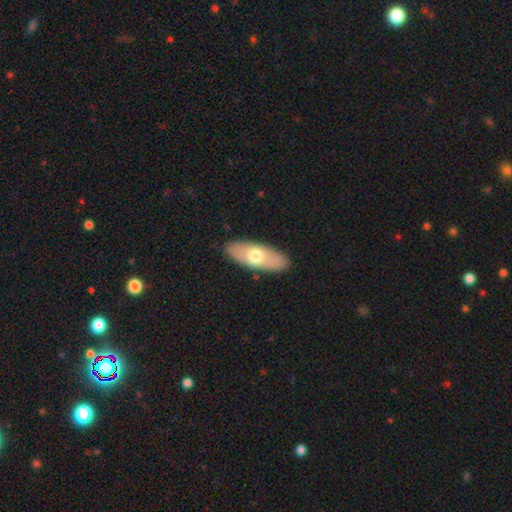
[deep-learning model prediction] smooth 61%, featured or disk 34%, star or artifact 5%. Down the decision tree: how rounded — in between (80%); merging — none (88%).